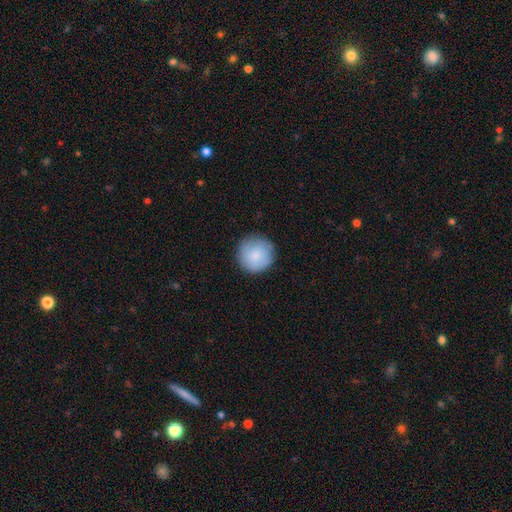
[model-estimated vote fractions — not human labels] Morphology: type=smooth (82%); roundness=round (95%); merging=none (86%).